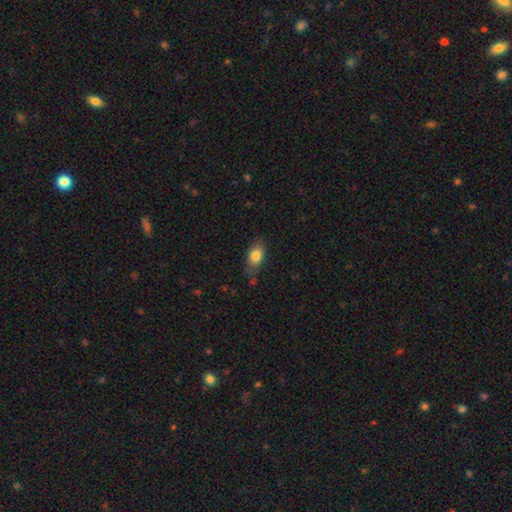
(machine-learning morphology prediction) Smooth or featured? smooth (81%)
How rounded? in between (84%)
Merging? none (71%)